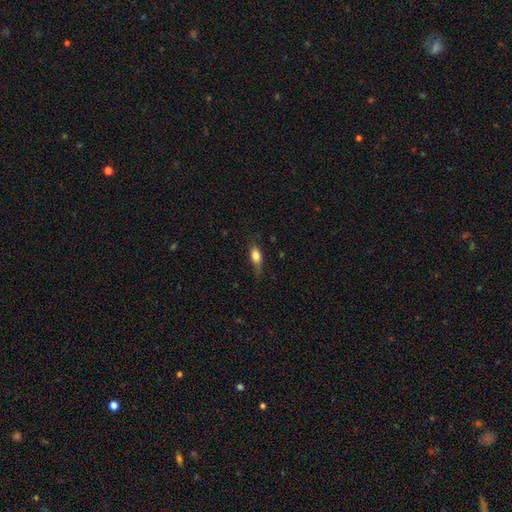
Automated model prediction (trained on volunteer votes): Overall: smooth (76%). How rounded: in between (75%). Merging: none (62%; minor disturbance 28%).